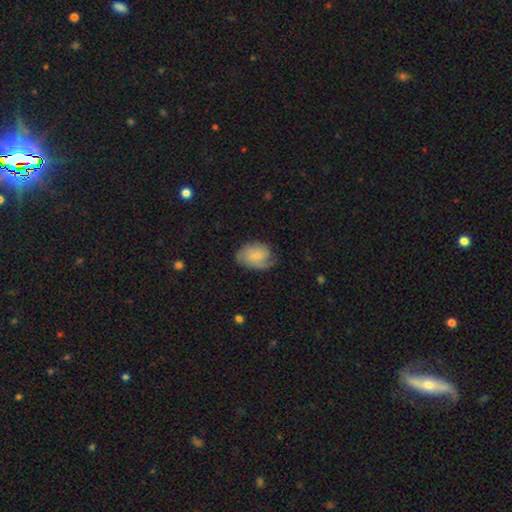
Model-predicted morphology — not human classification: The model was most divided on "smooth or featured": smooth: 47%, featured or disk: 46%, star or artifact: 7%. More confident: merging — none (60%).